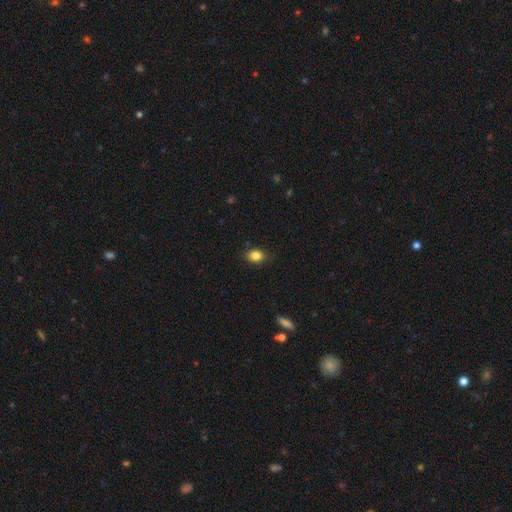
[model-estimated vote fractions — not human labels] Smooth or featured: smooth — 85% (star or artifact — 10%)
How rounded: in between — 66% (round — 32%)
Merging: none — 84% (minor disturbance — 13%)